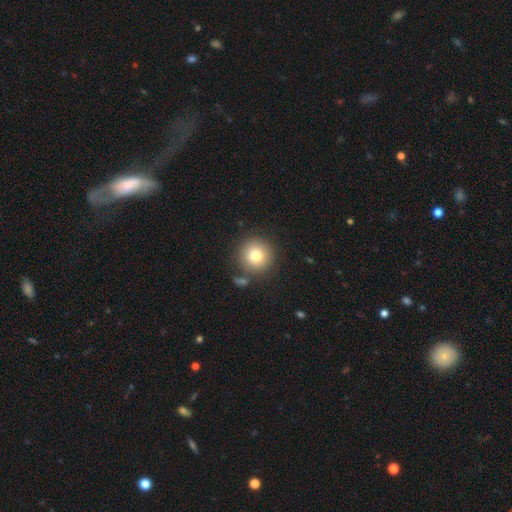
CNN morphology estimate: Smooth or featured?
  - smooth: 79% *
  - star or artifact: 11%
  - featured or disk: 10%
How rounded?
  - round: 95% *
  - in between: 4%
  - cigar-shaped: 1%
Merging?
  - none: 83% *
  - minor disturbance: 9%
  - merger: 6%
  - major disturbance: 3%